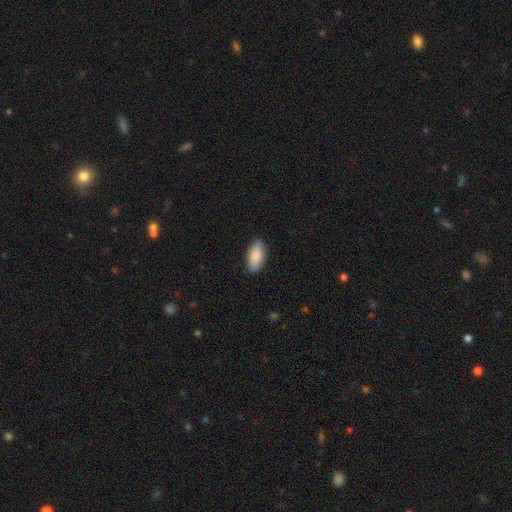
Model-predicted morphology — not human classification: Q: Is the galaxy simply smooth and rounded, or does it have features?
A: smooth — 88%.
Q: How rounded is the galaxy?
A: in between — 90%.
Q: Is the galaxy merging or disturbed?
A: none — 87%.